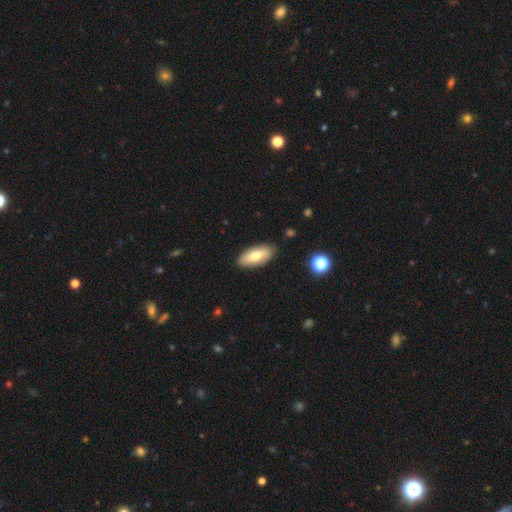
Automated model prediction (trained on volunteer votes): A smooth galaxy with no disk features (74%) that is in between round and cigar-shaped (85%).

Vote fractions:
- Smooth or featured? smooth: 74% / featured or disk: 20% / star or artifact: 6%
- How rounded? in between: 85% / cigar-shaped: 13% / round: 2%
- Merging? none: 87% / minor disturbance: 10% / major disturbance: 2% / merger: 1%